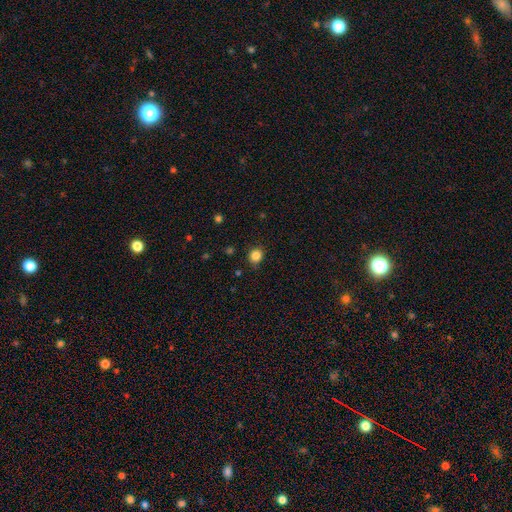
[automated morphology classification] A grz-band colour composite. It shows a smooth galaxy with no disk features (84%) that is round (79%). Merging: none (86%).